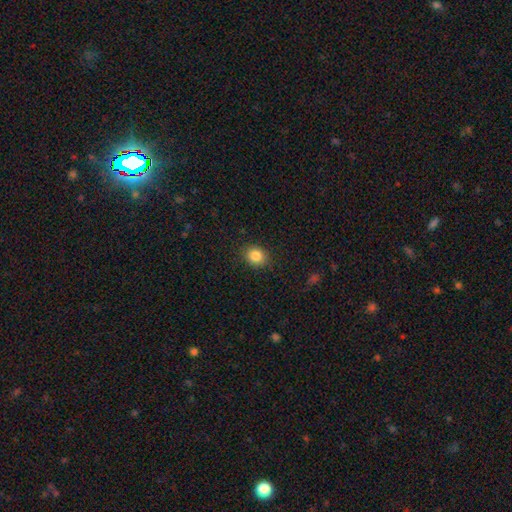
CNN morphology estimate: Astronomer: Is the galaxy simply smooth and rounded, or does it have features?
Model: smooth — 85%.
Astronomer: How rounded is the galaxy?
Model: round — 66%.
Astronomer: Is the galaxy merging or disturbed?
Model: none — 89%.